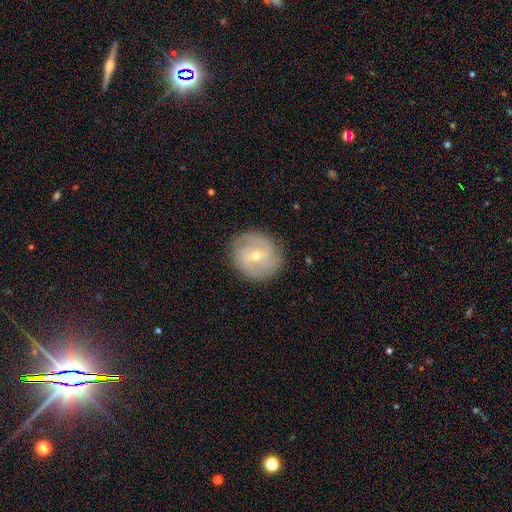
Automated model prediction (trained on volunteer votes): Q: Smooth or featured?
A: featured or disk (69%); runner-up: smooth (23%)
Q: Edge-on disk?
A: no (96%); runner-up: yes (4%)
Q: Bar?
A: weak (53%); runner-up: no (25%)
Q: Spiral arms?
A: yes (80%); runner-up: no (20%)
Q: Spiral winding?
A: tight (42%); runner-up: medium (39%)
Q: Spiral arm count?
A: 2 (65%); runner-up: can't tell (20%)
Q: Bulge size?
A: small (55%); runner-up: moderate (43%)
Q: Merging?
A: none (85%); runner-up: minor disturbance (11%)